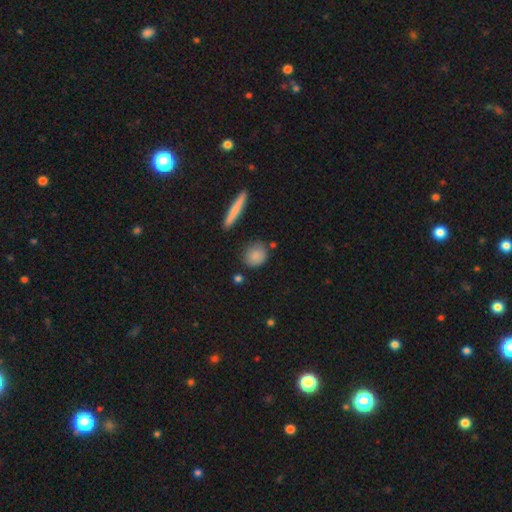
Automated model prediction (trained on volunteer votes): A smooth galaxy with no disk features (84%) that is round (69%).

Vote fractions:
- Smooth or featured? smooth: 84% / featured or disk: 8% / star or artifact: 8%
- How rounded? round: 69% / in between: 26% / cigar-shaped: 5%
- Merging? none: 79% / minor disturbance: 13% / merger: 5% / major disturbance: 3%